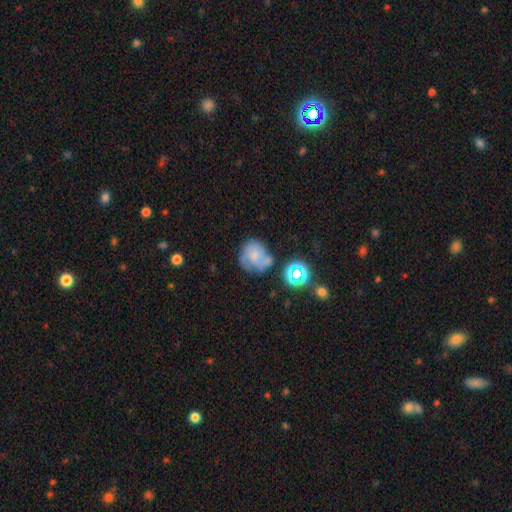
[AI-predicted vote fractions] A smooth galaxy with no disk features (46%).

Vote fractions:
- Smooth or featured? smooth: 46% / featured or disk: 40% / star or artifact: 14%
- Merging? none: 44% / minor disturbance: 24% / merger: 17% / major disturbance: 16%